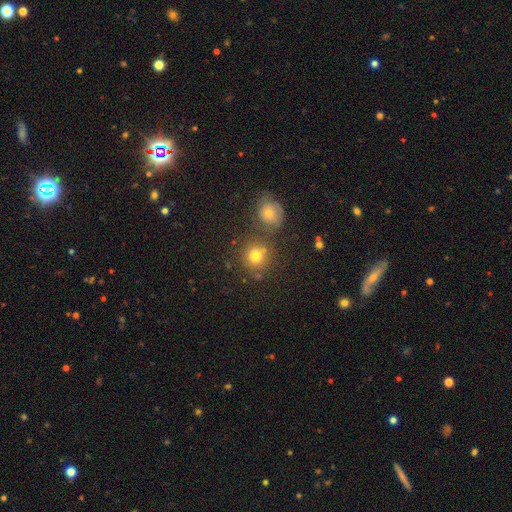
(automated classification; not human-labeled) Smooth or featured? smooth (74%)
How rounded? round (89%)
Merging? none (66%)